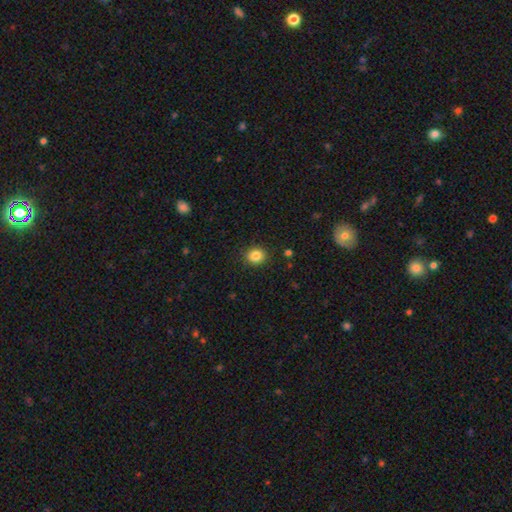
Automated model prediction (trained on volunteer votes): Smooth or featured? smooth (84%)
How rounded? round (77%)
Merging? none (90%)